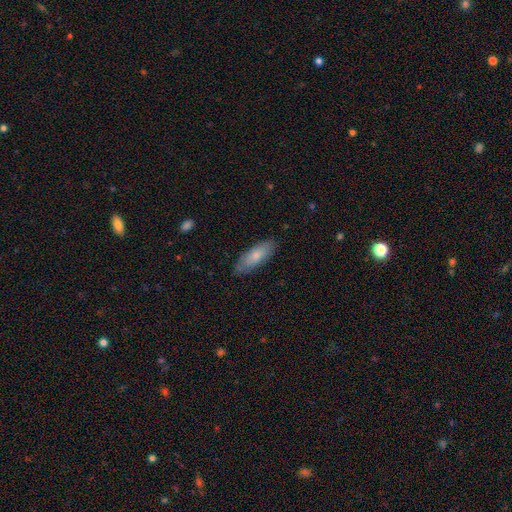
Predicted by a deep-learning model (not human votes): This appears to be a smooth galaxy with no disk features (76%) that is in between round and cigar-shaped (67%). Merging: none (82%).